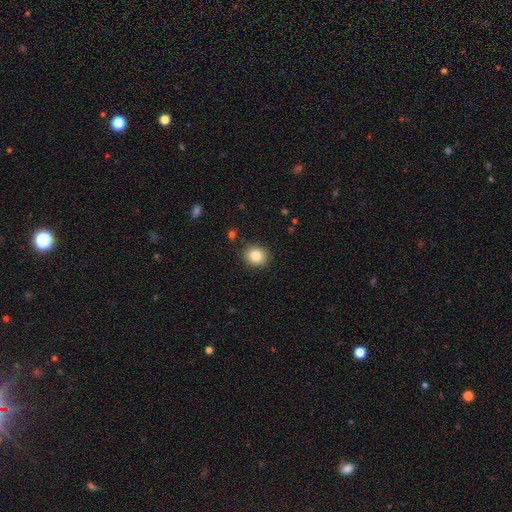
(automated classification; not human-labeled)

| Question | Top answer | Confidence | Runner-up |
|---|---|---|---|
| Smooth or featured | smooth | 85% | star or artifact (9%) |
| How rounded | round | 74% | in between (25%) |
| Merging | none | 89% | minor disturbance (7%) |